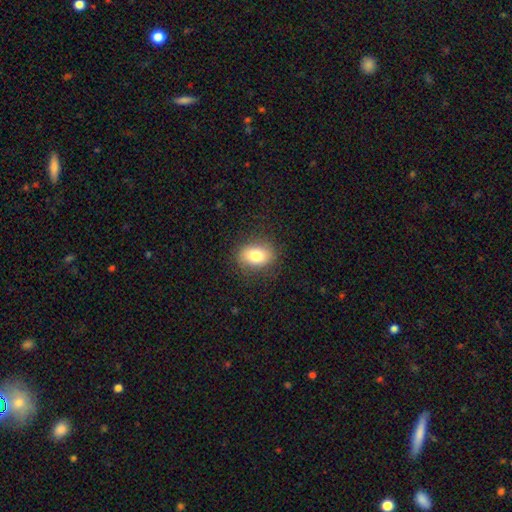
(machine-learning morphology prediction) Smooth or featured?
  - smooth: 80% *
  - featured or disk: 11%
  - star or artifact: 9%
How rounded?
  - in between: 73% *
  - round: 25%
  - cigar-shaped: 1%
Merging?
  - none: 83% *
  - minor disturbance: 12%
  - major disturbance: 4%
  - merger: 1%